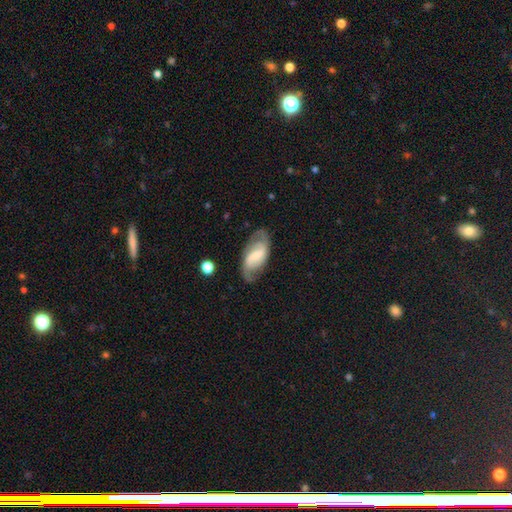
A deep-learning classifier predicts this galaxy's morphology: Smooth or featured? Predicted: featured or disk (p=0.74). Edge-on disk? Predicted: no (p=0.95). Bar? Predicted: weak (p=0.48). Spiral arms? Predicted: yes (p=0.91). Spiral winding? Predicted: medium (p=0.47). Spiral arm count? Predicted: 2 (p=0.85). Bulge size? Predicted: small (p=0.46). Merging? Predicted: none (p=0.70).